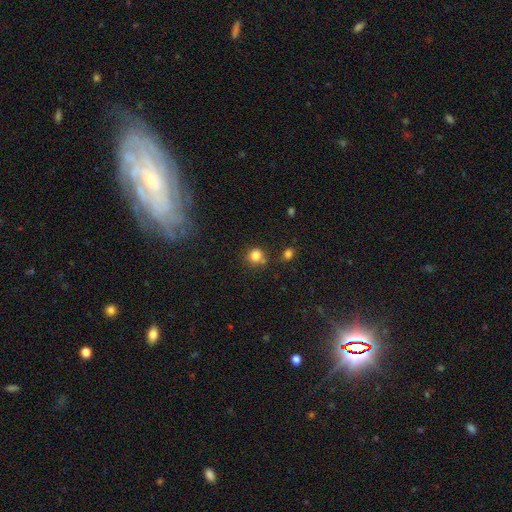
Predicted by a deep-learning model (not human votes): Smooth or featured?
  - smooth: 82% *
  - star or artifact: 12%
  - featured or disk: 6%
How rounded?
  - round: 86% *
  - in between: 13%
  - cigar-shaped: 1%
Merging?
  - none: 67% *
  - minor disturbance: 15%
  - merger: 14%
  - major disturbance: 5%